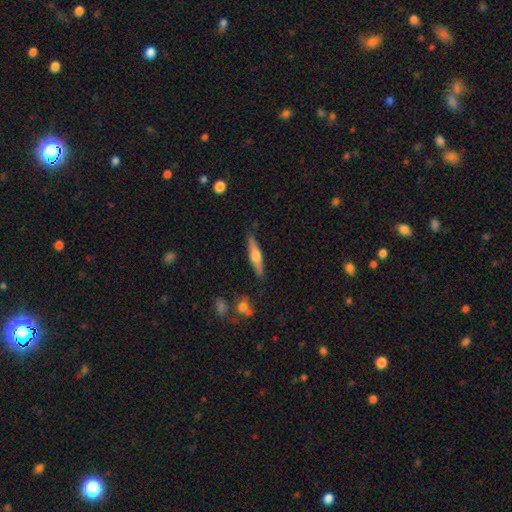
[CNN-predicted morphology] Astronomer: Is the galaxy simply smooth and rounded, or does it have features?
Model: featured or disk — 58% (runner-up: smooth, 36%).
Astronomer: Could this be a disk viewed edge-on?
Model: yes — 96%.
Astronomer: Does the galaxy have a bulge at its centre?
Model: rounded — 92%.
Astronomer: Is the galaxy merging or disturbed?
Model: none — 87%.